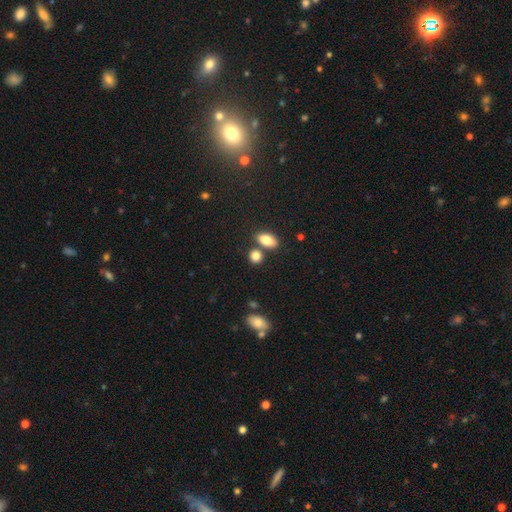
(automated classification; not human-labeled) A smooth galaxy with no disk features (83%) that is in between round and cigar-shaped (56%). Merging: none (65%).